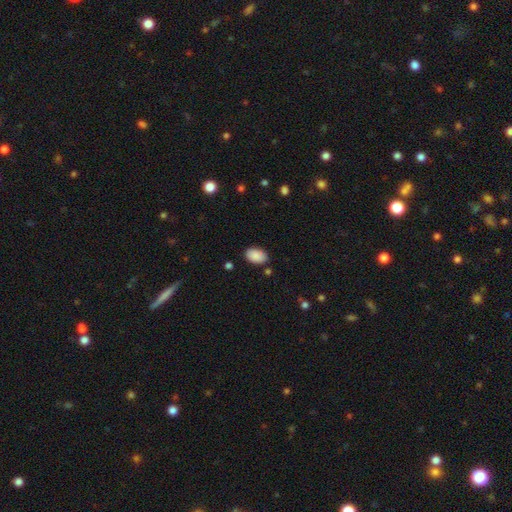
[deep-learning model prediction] Q: Smooth or featured?
A: smooth (89%); runner-up: star or artifact (7%)
Q: How rounded?
A: in between (92%); runner-up: round (7%)
Q: Merging?
A: none (85%); runner-up: minor disturbance (11%)